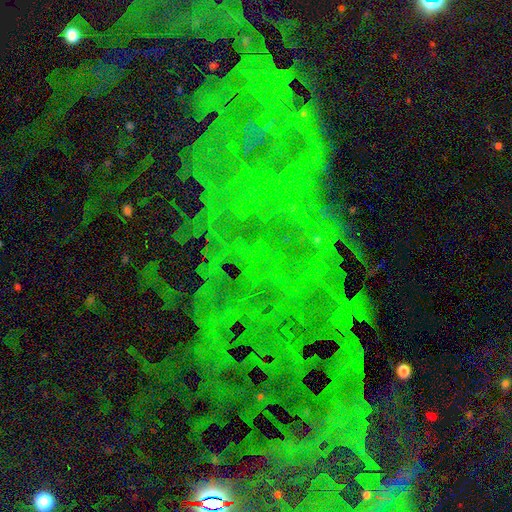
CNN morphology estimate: Q: Smooth or featured?
A: star or artifact (79%); runner-up: featured or disk (12%)